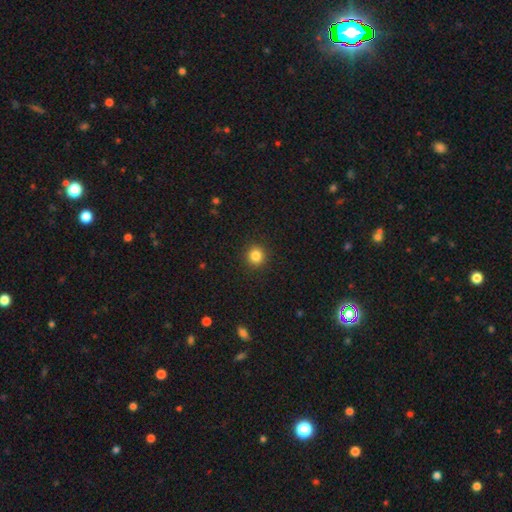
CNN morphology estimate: Smooth or featured? smooth (84%)
How rounded? round (93%)
Merging? none (92%)